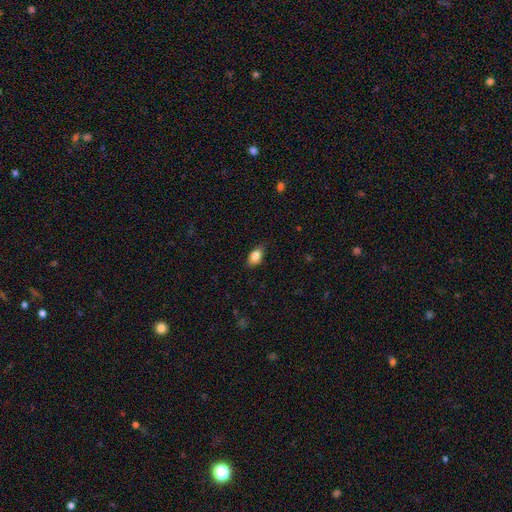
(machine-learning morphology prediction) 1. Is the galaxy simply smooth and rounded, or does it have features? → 84% smooth, 8% featured or disk, 8% star or artifact.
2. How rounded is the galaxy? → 88% in between, 8% round, 4% cigar-shaped.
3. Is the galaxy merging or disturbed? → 81% none, 15% minor disturbance, 3% major disturbance, 1% merger.